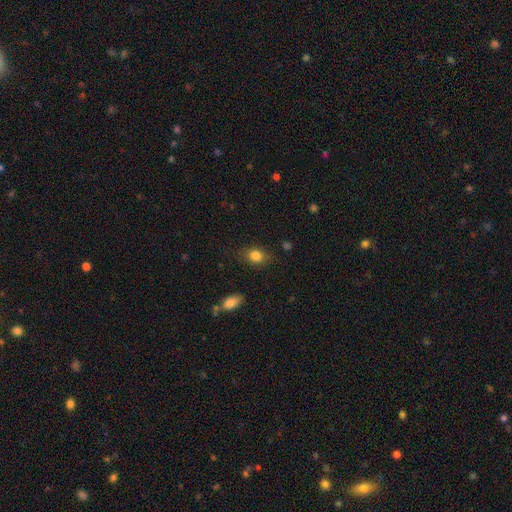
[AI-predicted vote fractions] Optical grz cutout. It shows a smooth galaxy with no disk features (83%) that is in between round and cigar-shaped (61%). Merging: none (77%).